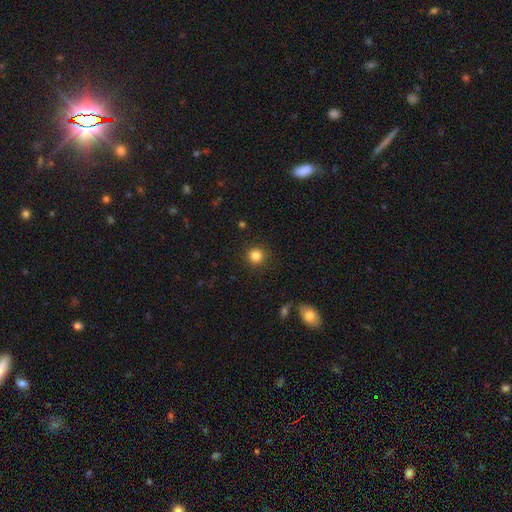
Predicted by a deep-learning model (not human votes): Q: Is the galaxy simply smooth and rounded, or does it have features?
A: smooth — 84%.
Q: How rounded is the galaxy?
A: round — 93%.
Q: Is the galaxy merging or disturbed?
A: none — 90%.